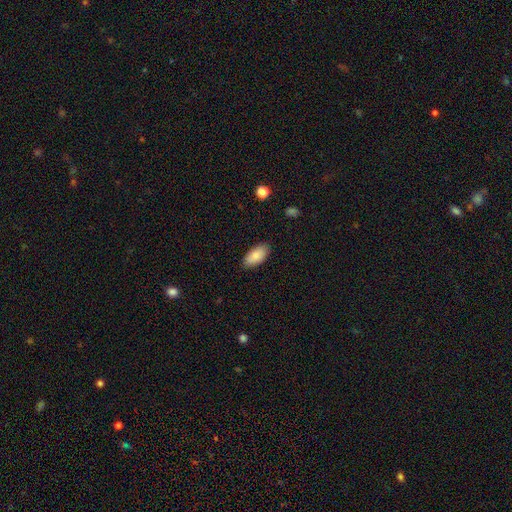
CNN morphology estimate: smooth_or_featured: smooth (p=0.84) [alt: featured or disk p=0.10]
how_rounded: in between (p=0.92) [alt: cigar-shaped p=0.05]
merging: none (p=0.86) [alt: minor disturbance p=0.11]